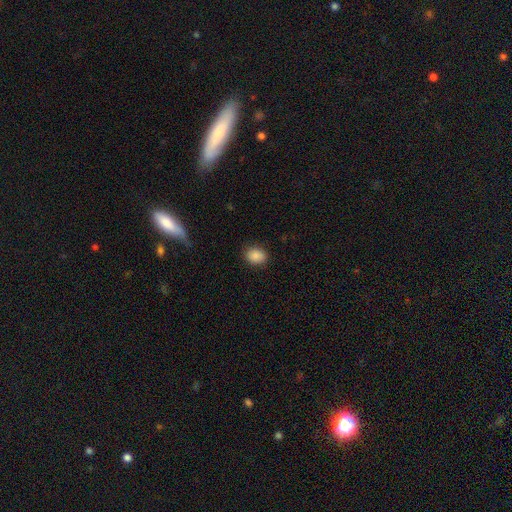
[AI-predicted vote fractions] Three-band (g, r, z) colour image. It shows a smooth galaxy with no disk features (87%) that is in between round and cigar-shaped (55%). Merging: none (86%).